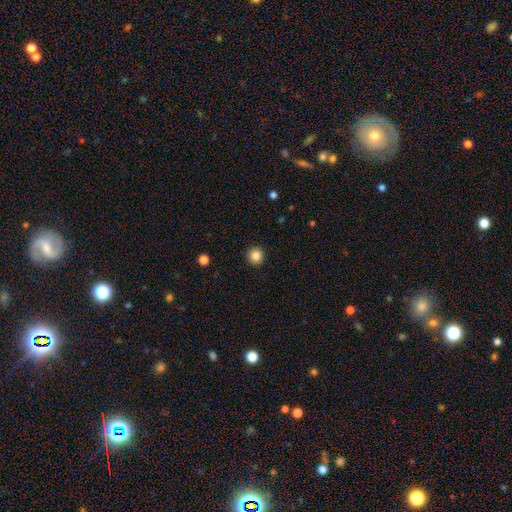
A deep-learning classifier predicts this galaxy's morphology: This is clearly a smooth galaxy (85%). How rounded: clearly round (95%). Merging: clearly none (93%).